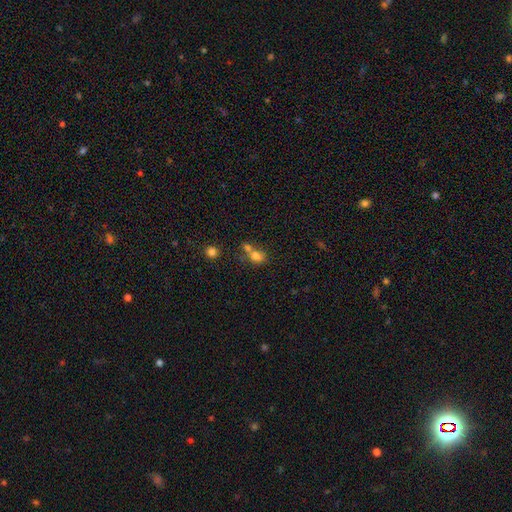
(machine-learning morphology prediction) This is likely a smooth galaxy (72%). How rounded: possibly in between (57%). Merging: possibly merger (50%).